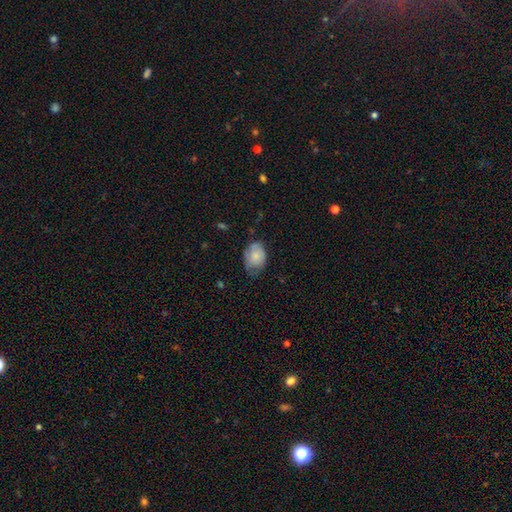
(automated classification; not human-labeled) Smooth or featured?
  - smooth: 71% *
  - featured or disk: 22%
  - star or artifact: 7%
How rounded?
  - in between: 77% *
  - round: 22%
  - cigar-shaped: 1%
Merging?
  - none: 47% *
  - minor disturbance: 39%
  - major disturbance: 13%
  - merger: 2%